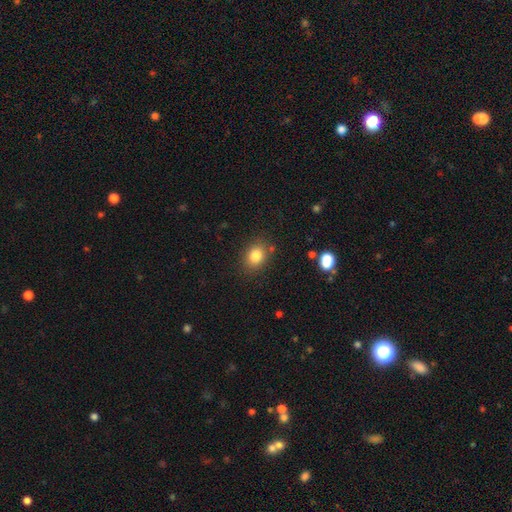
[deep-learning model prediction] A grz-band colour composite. It shows a smooth galaxy with no disk features (83%) that is in between round and cigar-shaped (50%). Merging: none (82%).